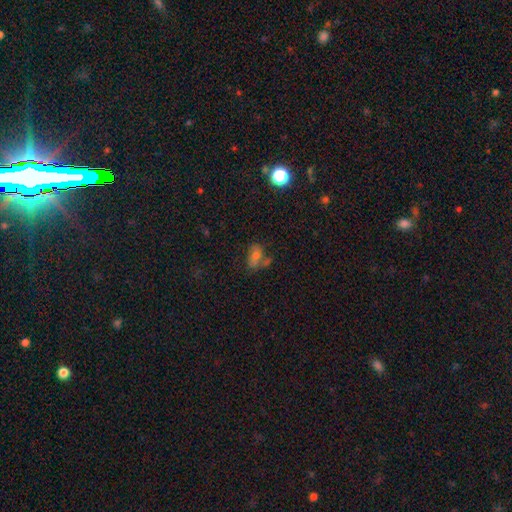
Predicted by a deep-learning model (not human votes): Q: Smooth or featured?
A: featured or disk (41%); runner-up: smooth (38%)
Q: Merging?
A: none (40%); runner-up: merger (21%)